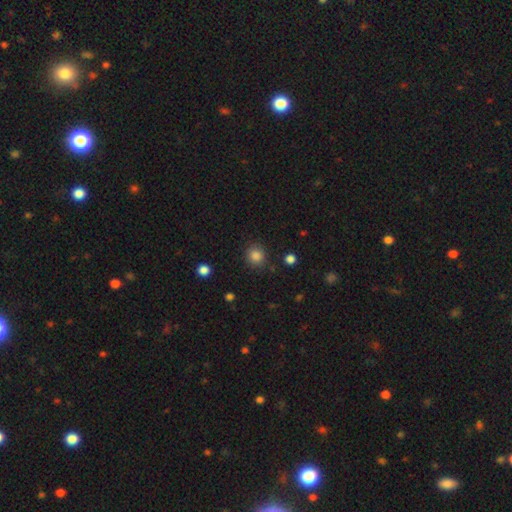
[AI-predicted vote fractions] The model was most divided on "smooth or featured": smooth: 85%, star or artifact: 11%, featured or disk: 4%. More confident: how rounded — round (87%); merging — none (87%).